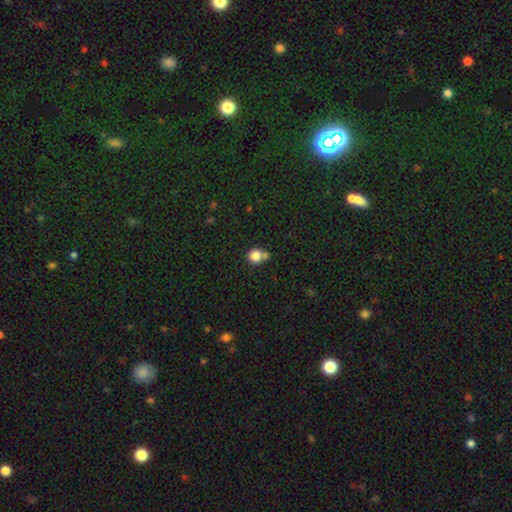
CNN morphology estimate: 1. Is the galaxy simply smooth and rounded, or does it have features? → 83% smooth, 11% star or artifact, 6% featured or disk.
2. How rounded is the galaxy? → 87% round, 12% in between, 1% cigar-shaped.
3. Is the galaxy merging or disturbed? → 54% none, 32% merger, 11% minor disturbance, 4% major disturbance.